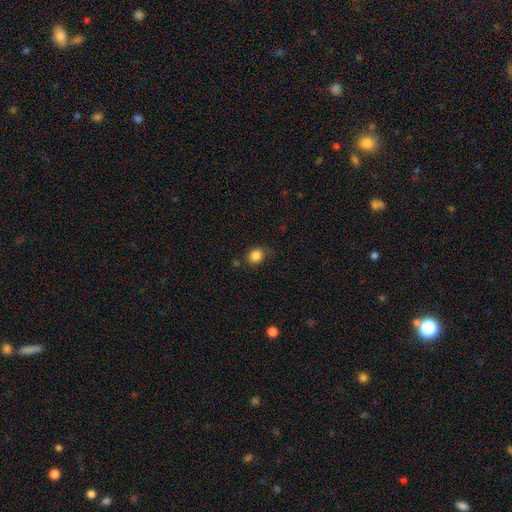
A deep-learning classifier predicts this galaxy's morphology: This is clearly a smooth galaxy (85%). How rounded: likely round (70%). Merging: likely none (71%).